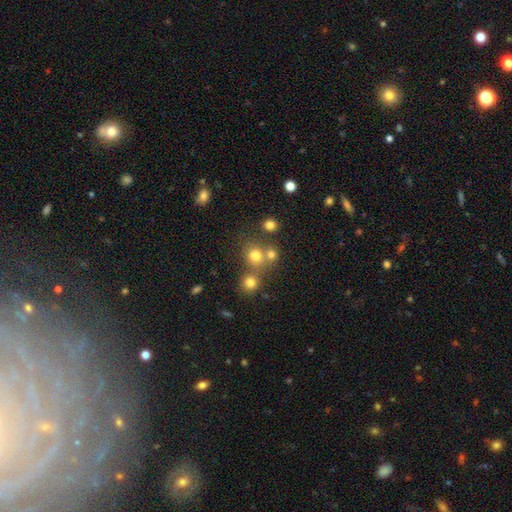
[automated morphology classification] The model was most divided on "merging": none: 55%, merger: 32%, minor disturbance: 9%, major disturbance: 4%. More confident: how rounded — round (82%); smooth or featured — smooth (73%).